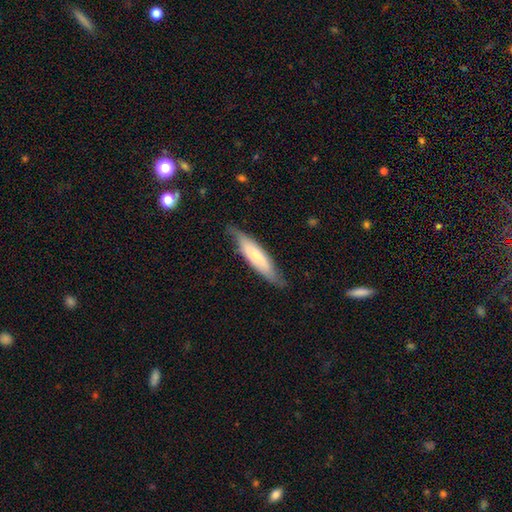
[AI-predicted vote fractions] Morphology: type=smooth (58%); roundness=cigar-shaped (73%); merging=none (75%).